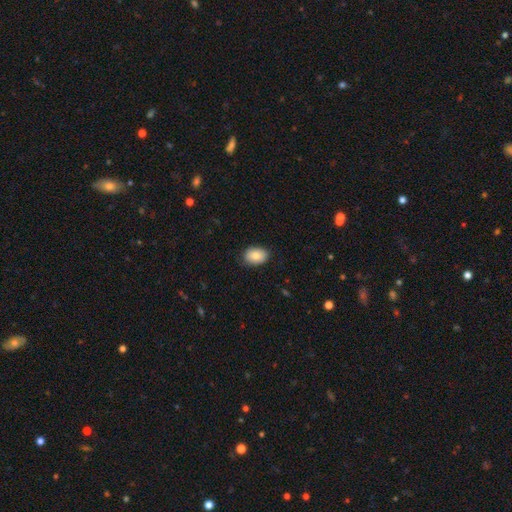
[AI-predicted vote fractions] A smooth galaxy with no disk features (84%) that is in between round and cigar-shaped (81%).

Vote fractions:
- Smooth or featured? smooth: 84% / featured or disk: 8% / star or artifact: 7%
- How rounded? in between: 81% / round: 18% / cigar-shaped: 1%
- Merging? none: 87% / minor disturbance: 10% / major disturbance: 2% / merger: 1%